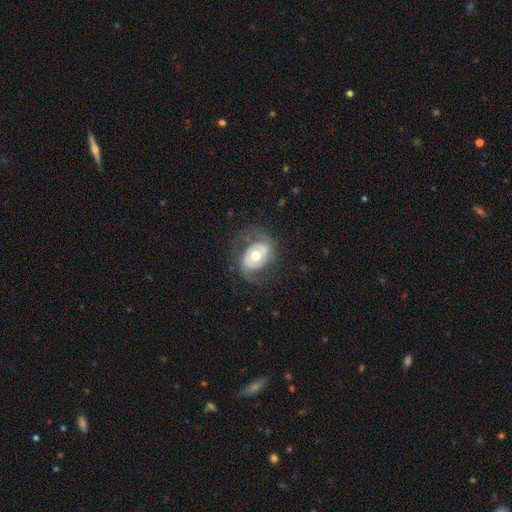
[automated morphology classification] A featured or disk galaxy (68%) with no bar (65%), spiral arms (65%) and a moderate central bulge (75%).

Vote fractions:
- Smooth or featured? featured or disk: 68% / smooth: 26% / star or artifact: 6%
- Edge-on disk? no: 96% / yes: 4%
- Bar? no: 65% / weak: 25% / strong: 10%
- Spiral arms? yes: 65% / no: 35%
- Bulge size? moderate: 75% / large: 14% / small: 10% / dominant: 1% / none: 1%
- Merging? none: 65% / minor disturbance: 18% / major disturbance: 15% / merger: 1%